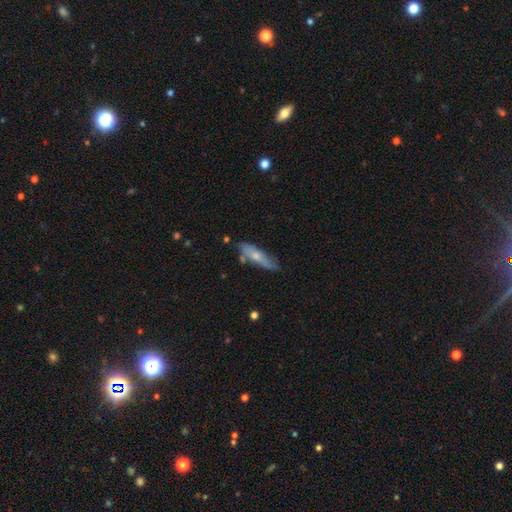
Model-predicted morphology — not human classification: type=smooth (55%); roundness=cigar-shaped (65%); merging=none (69%).